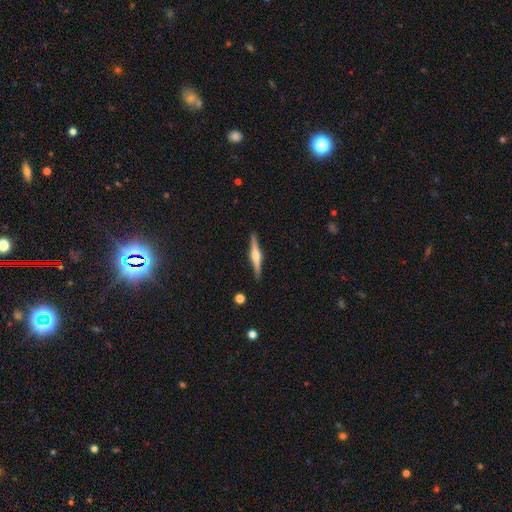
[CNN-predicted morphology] This appears to be a featured or disk galaxy (75%) viewed edge-on (98%) with a rounded central bulge (91%). Merging: none (89%).